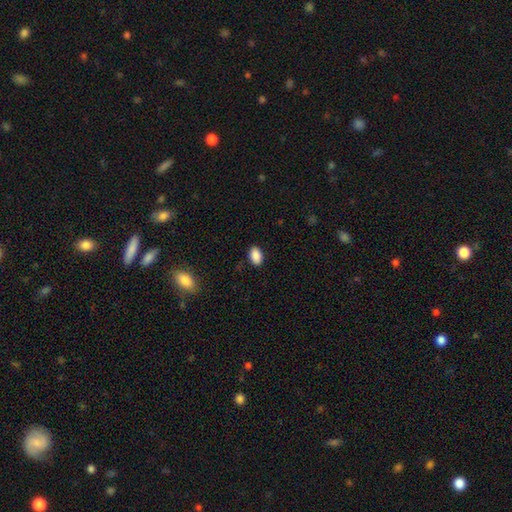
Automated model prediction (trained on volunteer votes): smooth-or-featured: smooth: 89% | star or artifact: 8% | featured or disk: 3%
  how-rounded: in between: 88% | round: 10% | cigar-shaped: 1%
  merging: none: 88% | minor disturbance: 9% | major disturbance: 2% | merger: 1%